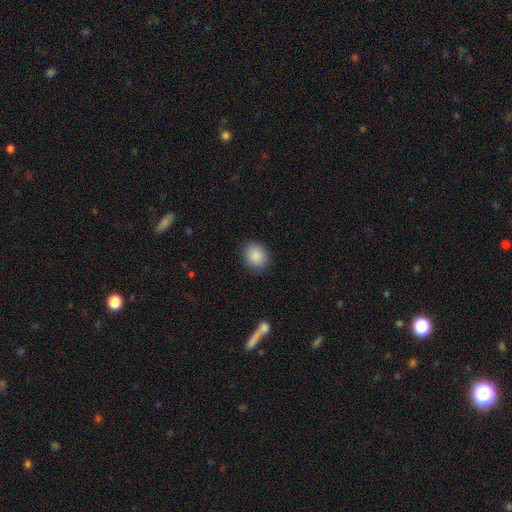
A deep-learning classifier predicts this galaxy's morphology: The model was most divided on "how rounded": round: 56%, in between: 43%, cigar-shaped: 1%. More confident: smooth or featured — smooth (88%); merging — none (87%).